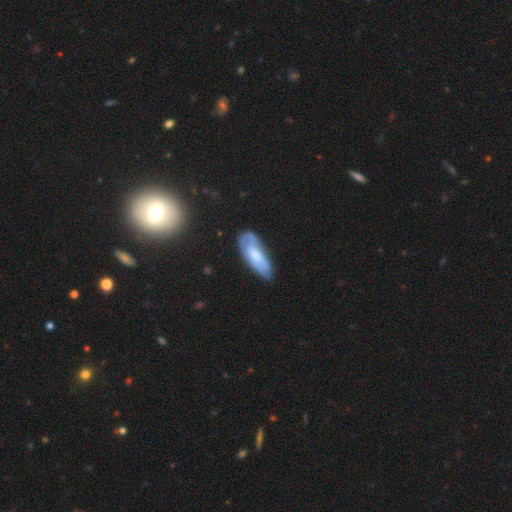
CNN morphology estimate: A smooth galaxy with no disk features (52%) that is in between round and cigar-shaped (70%). Merging: none (64%).